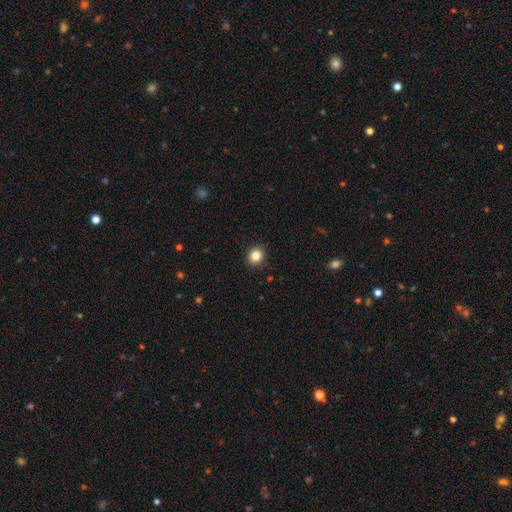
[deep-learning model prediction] Morphology: type=smooth (84%); roundness=round (84%); merging=none (91%).